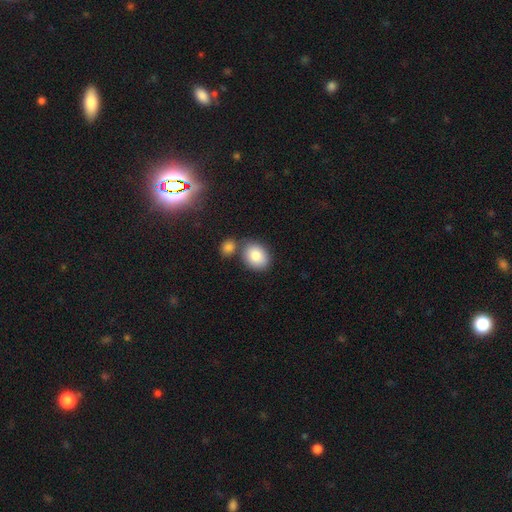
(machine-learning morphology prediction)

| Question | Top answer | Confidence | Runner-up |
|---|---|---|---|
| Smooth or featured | smooth | 84% | featured or disk (8%) |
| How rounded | in between | 60% | round (39%) |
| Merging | none | 60% | merger (24%) |